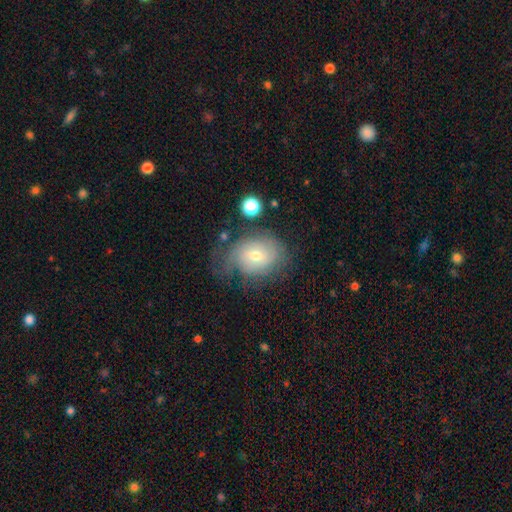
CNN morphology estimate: Q: Smooth or featured?
A: featured or disk (51%); runner-up: smooth (40%)
Q: Edge-on disk?
A: no (95%); runner-up: yes (5%)
Q: Merging?
A: none (48%); runner-up: minor disturbance (28%)